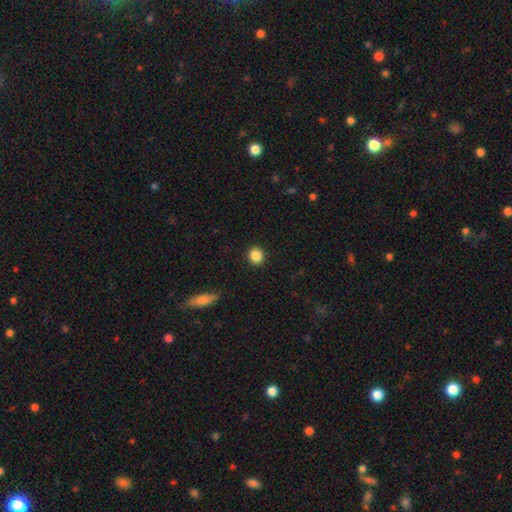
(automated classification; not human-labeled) The model was most divided on "smooth or featured": smooth: 86%, star or artifact: 10%, featured or disk: 4%. More confident: merging — none (92%); how rounded — round (91%).